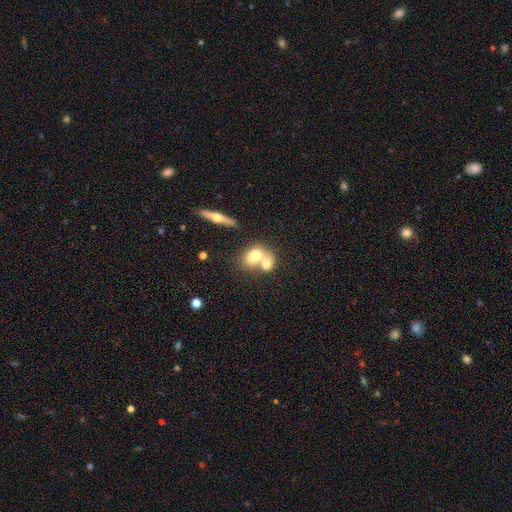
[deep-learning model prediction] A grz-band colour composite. It shows a smooth galaxy with no disk features (65%) that is in between round and cigar-shaped (59%). Merging: merger (65%).